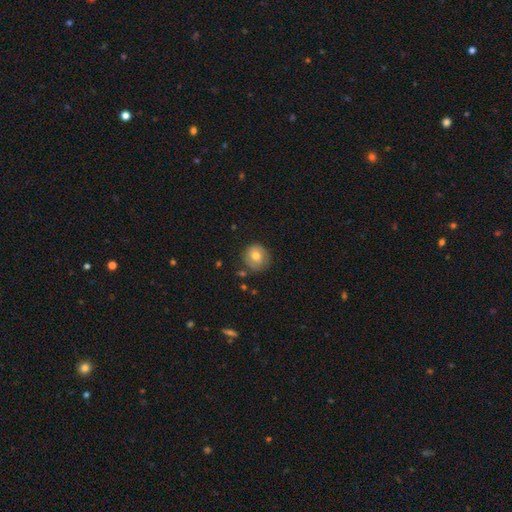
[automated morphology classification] This appears to be a smooth galaxy with no disk features (70%) that is round (90%). Merging: none (79%).